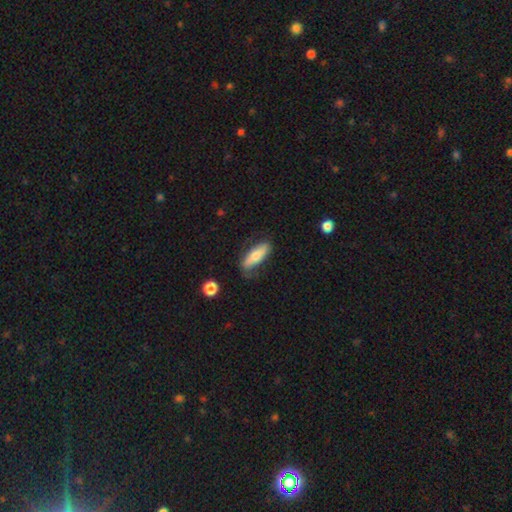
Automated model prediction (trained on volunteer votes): smooth 68%, featured or disk 26%, star or artifact 6%. Down the decision tree: how rounded — in between (56%); merging — none (71%).